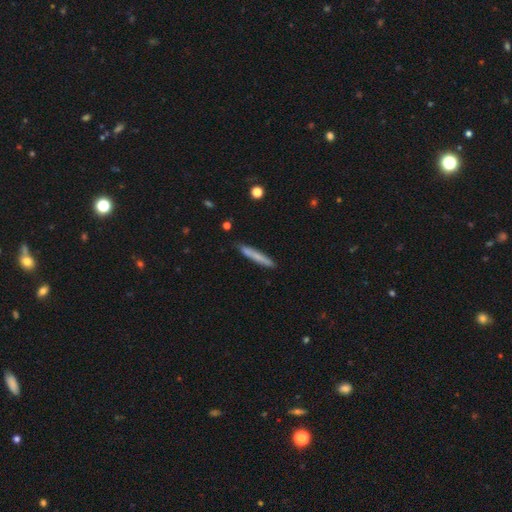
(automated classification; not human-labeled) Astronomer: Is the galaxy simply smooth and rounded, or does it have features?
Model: smooth — 71%.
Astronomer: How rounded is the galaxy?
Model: cigar-shaped — 96%.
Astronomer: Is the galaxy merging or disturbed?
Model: none — 87%.